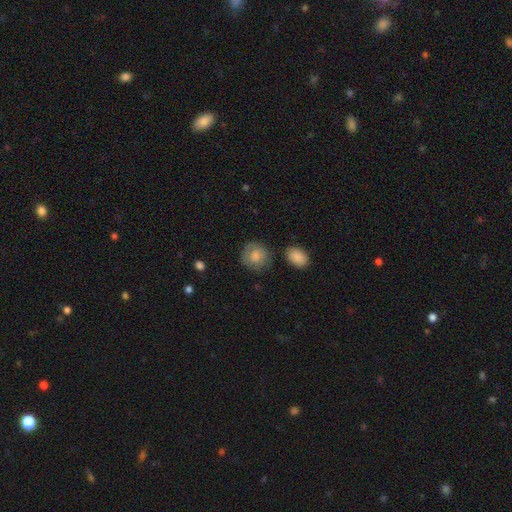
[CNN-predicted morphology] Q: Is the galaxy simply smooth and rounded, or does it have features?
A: smooth — 75%.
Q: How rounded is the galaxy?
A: round — 86%.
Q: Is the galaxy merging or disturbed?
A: none — 75%.